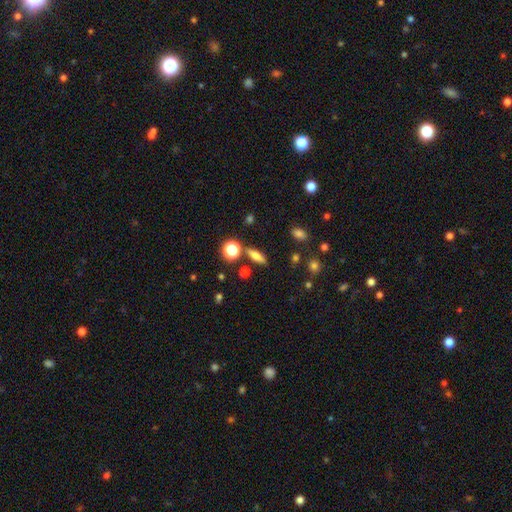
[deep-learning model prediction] smooth-or-featured: smooth: 63% | featured or disk: 24% | star or artifact: 13%
  how-rounded: cigar-shaped: 44% (tied) | in between: 44% (tied) | round: 11%
  merging: none: 79% | minor disturbance: 10% | merger: 7% | major disturbance: 3%